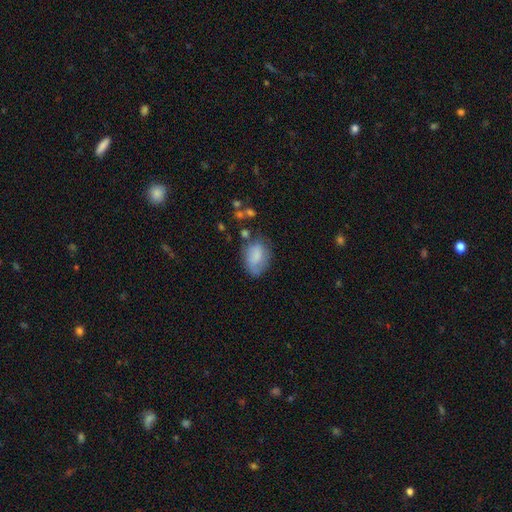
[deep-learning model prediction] smooth 72%, featured or disk 20%, star or artifact 8%. Down the decision tree: how rounded — in between (81%); merging — none (52%).